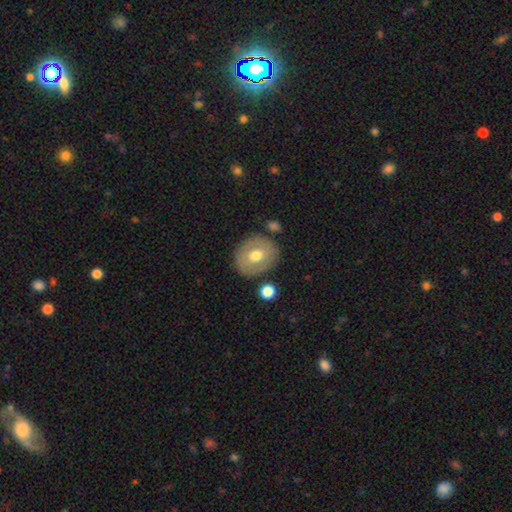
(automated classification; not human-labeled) The model was most divided on "how rounded": round: 59%, in between: 40%, cigar-shaped: 1%. More confident: merging — none (80%); smooth or featured — smooth (60%).